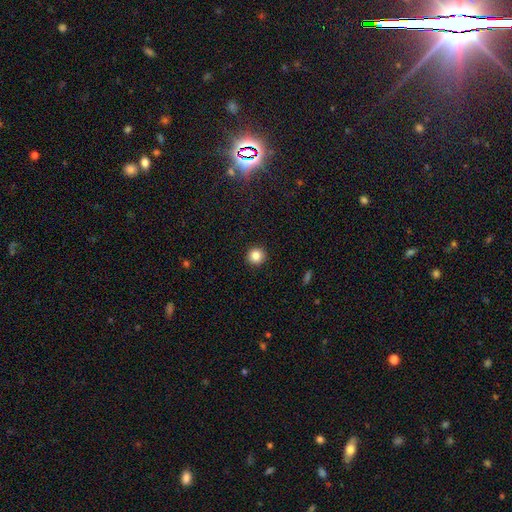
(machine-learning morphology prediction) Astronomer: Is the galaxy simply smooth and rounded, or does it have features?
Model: smooth — 84%.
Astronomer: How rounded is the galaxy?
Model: round — 94%.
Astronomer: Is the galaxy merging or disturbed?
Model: none — 93%.